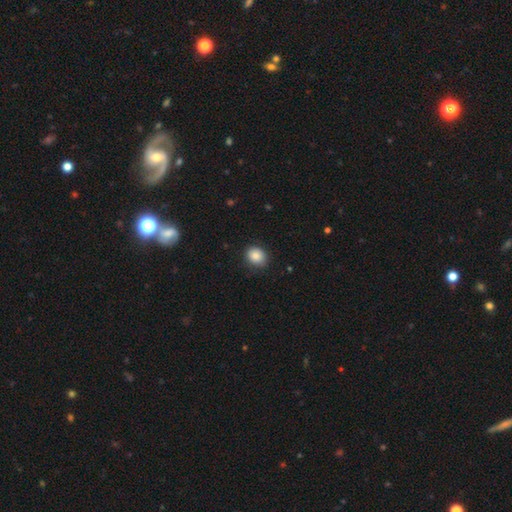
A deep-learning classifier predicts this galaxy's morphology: A smooth galaxy with no disk features (86%) that is round (63%).

Vote fractions:
- Smooth or featured? smooth: 86% / star or artifact: 9% / featured or disk: 5%
- How rounded? round: 63% / in between: 36% / cigar-shaped: 1%
- Merging? none: 86% / minor disturbance: 11% / major disturbance: 3% / merger: 1%